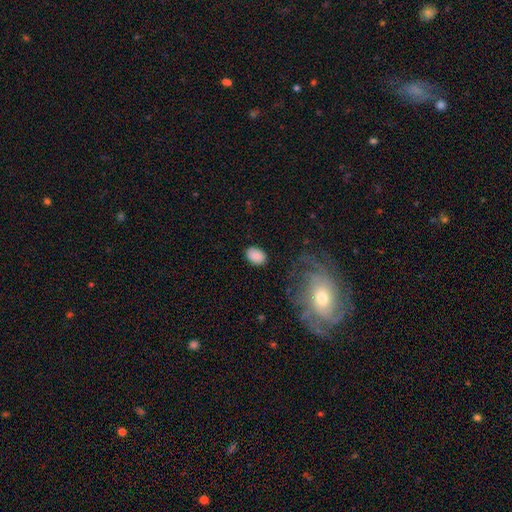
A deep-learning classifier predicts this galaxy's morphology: type=smooth (86%); roundness=in between (81%); merging=none (83%).